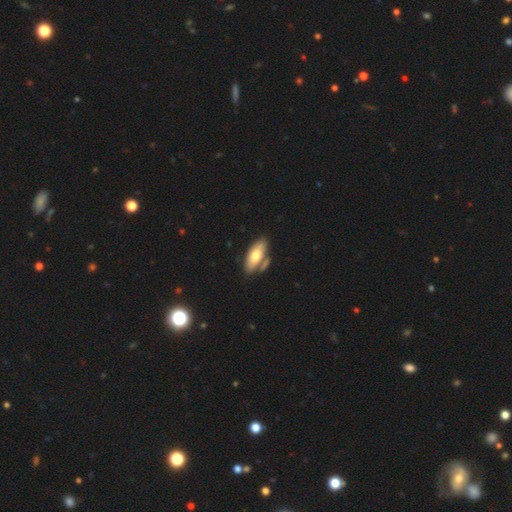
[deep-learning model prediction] Overall: smooth (69%). How rounded: in between (83%). Merging: none (61%; merger 21%).